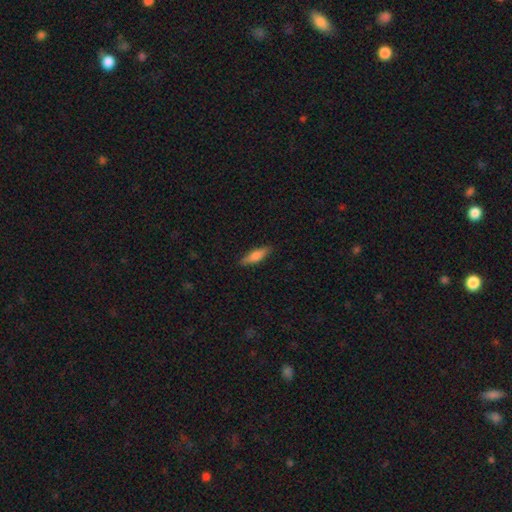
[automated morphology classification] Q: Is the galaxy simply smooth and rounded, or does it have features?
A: smooth — 74%.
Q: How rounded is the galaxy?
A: cigar-shaped — 57%.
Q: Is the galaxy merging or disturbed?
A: none — 87%.